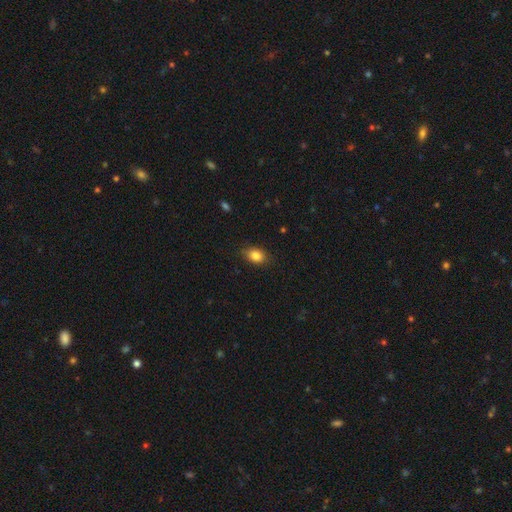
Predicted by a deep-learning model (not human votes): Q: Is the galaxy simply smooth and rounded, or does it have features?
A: smooth — 84%.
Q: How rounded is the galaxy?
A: in between — 79%.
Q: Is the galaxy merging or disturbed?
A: none — 82%.